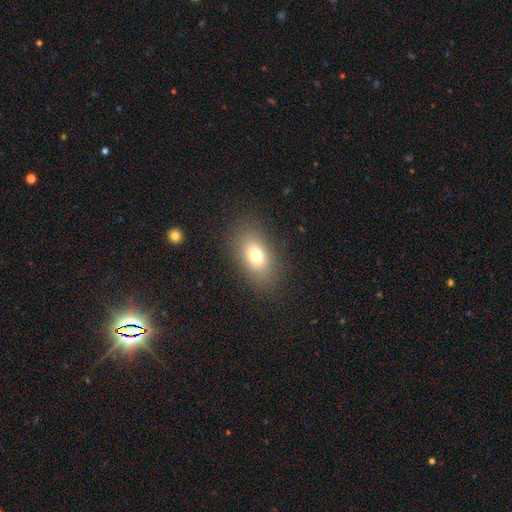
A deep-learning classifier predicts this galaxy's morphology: This appears to be a smooth galaxy with no disk features (73%) that is in between round and cigar-shaped (84%). Merging: none (85%).